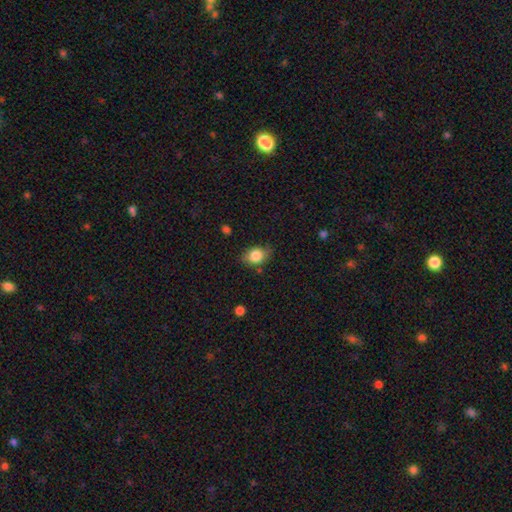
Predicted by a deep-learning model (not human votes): This appears to be a smooth galaxy with no disk features (83%) that is in between round and cigar-shaped (68%). Merging: none (75%).